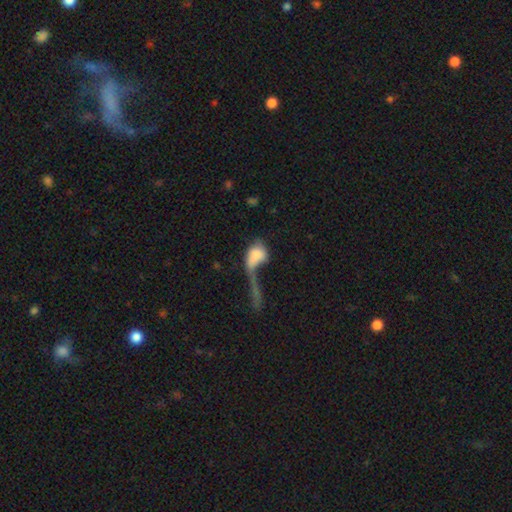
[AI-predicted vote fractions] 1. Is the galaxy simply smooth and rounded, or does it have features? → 64% smooth, 27% featured or disk, 9% star or artifact.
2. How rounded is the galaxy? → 75% in between, 21% round, 4% cigar-shaped.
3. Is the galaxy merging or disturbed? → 48% major disturbance, 29% merger, 13% none, 10% minor disturbance.